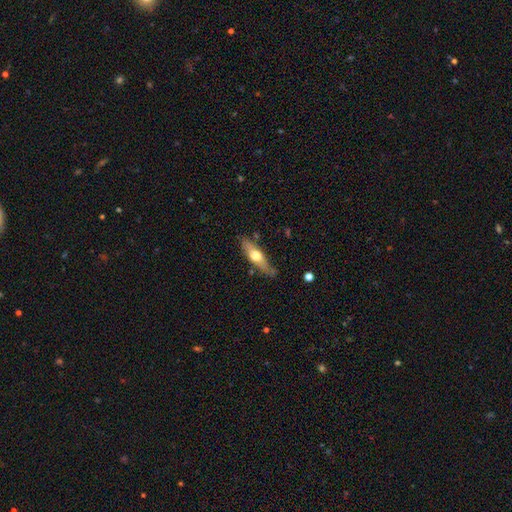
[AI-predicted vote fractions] smooth-or-featured: smooth: 50% | featured or disk: 45% | star or artifact: 5%
  merging: none: 76% | minor disturbance: 17% | major disturbance: 3% | merger: 3%